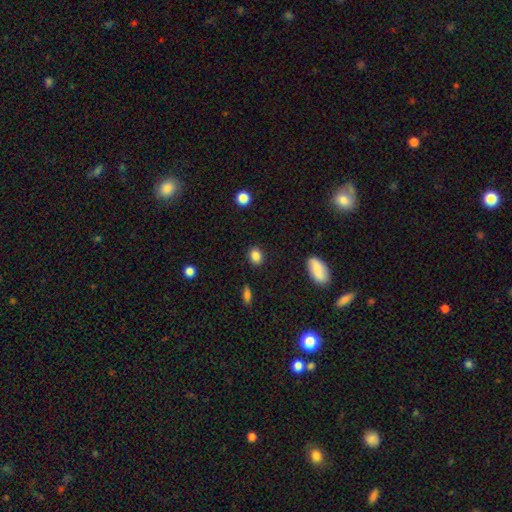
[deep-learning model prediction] A smooth galaxy with no disk features (86%) that is in between round and cigar-shaped (57%).

Vote fractions:
- Smooth or featured? smooth: 86% / star or artifact: 9% / featured or disk: 5%
- How rounded? in between: 57% / round: 41% / cigar-shaped: 2%
- Merging? none: 86% / minor disturbance: 10% / major disturbance: 3% / merger: 2%